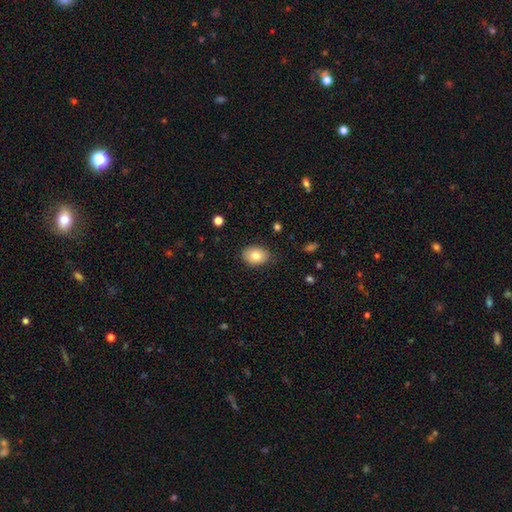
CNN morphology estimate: This appears to be a smooth galaxy with no disk features (77%) that is in between round and cigar-shaped (74%). Merging: none (82%).